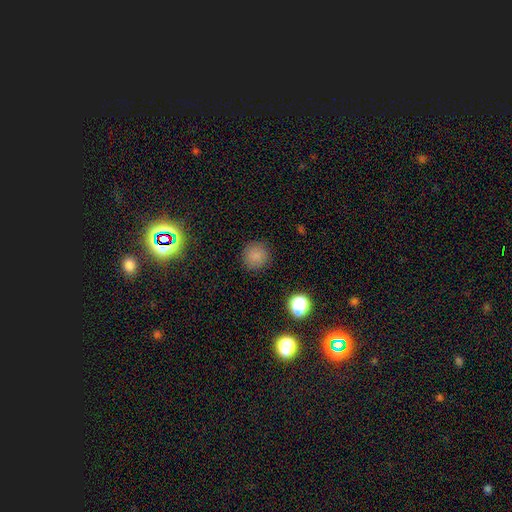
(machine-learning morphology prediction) Overall: smooth (83%). How rounded: round (94%). Merging: none (90%).